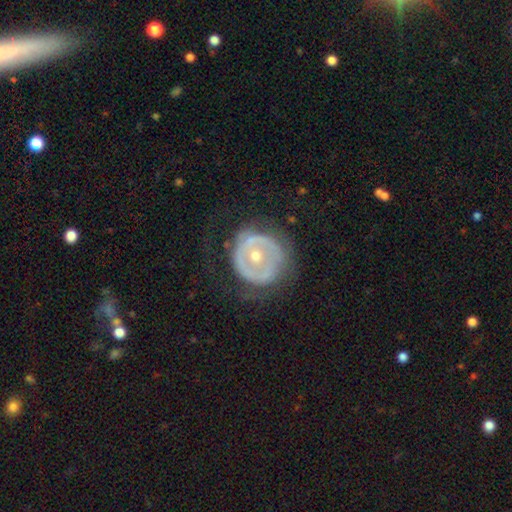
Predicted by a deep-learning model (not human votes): A featured or disk galaxy (66%) with no bar (77%), no spiral arms (72%) and a moderate central bulge (53%).

Vote fractions:
- Smooth or featured? featured or disk: 66% / smooth: 28% / star or artifact: 6%
- Edge-on disk? no: 96% / yes: 4%
- Bar? no: 77% / weak: 15% / strong: 8%
- Spiral arms? no: 72% / yes: 28%
- Bulge size? moderate: 53% / small: 44% / large: 2% / none: 1% / dominant: 1%
- Merging? none: 61% / minor disturbance: 23% / major disturbance: 15% / merger: 2%